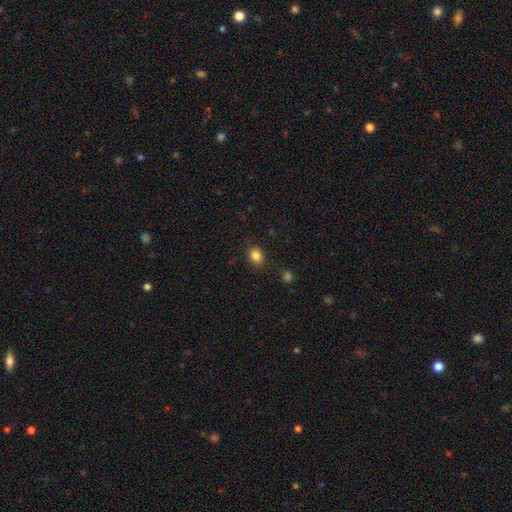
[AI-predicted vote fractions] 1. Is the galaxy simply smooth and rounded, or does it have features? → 84% smooth, 11% star or artifact, 5% featured or disk.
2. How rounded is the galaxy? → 62% round, 37% in between, 1% cigar-shaped.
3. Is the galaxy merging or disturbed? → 85% none, 10% minor disturbance, 3% major disturbance, 2% merger.